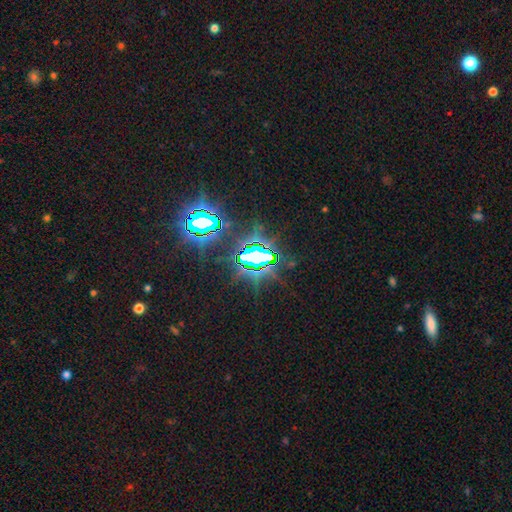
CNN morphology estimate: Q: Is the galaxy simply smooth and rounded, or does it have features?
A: star or artifact — 79%.